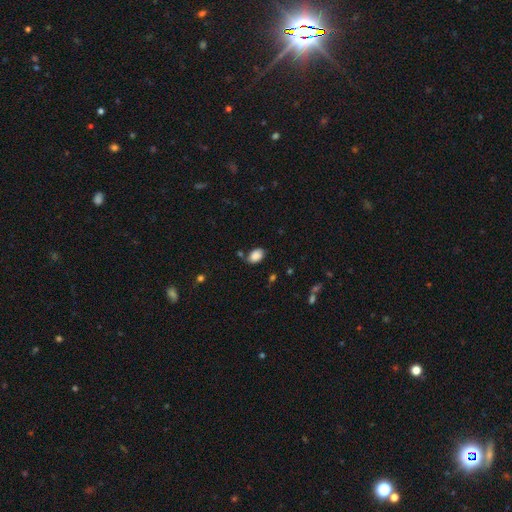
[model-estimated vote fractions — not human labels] Smooth or featured? smooth (86%)
How rounded? in between (83%)
Merging? none (70%)